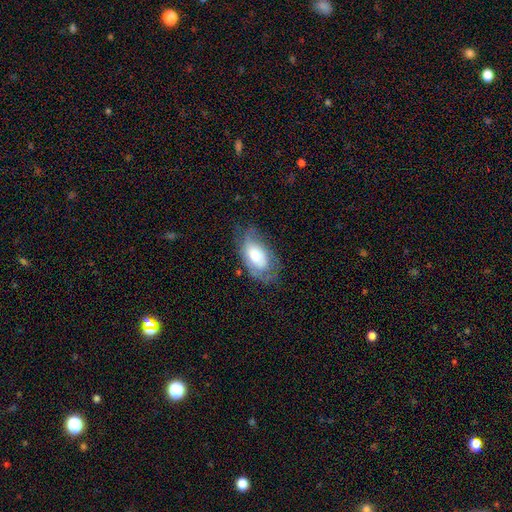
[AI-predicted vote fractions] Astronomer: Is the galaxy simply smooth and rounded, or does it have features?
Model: smooth — 54% (runner-up: featured or disk, 39%).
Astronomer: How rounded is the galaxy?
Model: in between — 93%.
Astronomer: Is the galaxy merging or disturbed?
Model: none — 58%.